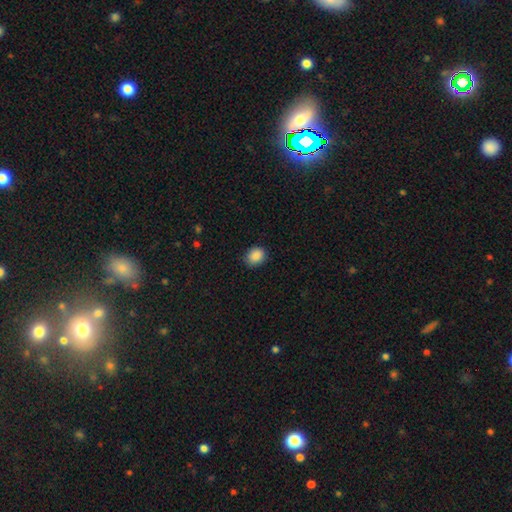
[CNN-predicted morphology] Smooth or featured? smooth (89%)
How rounded? round (54%)
Merging? none (85%)